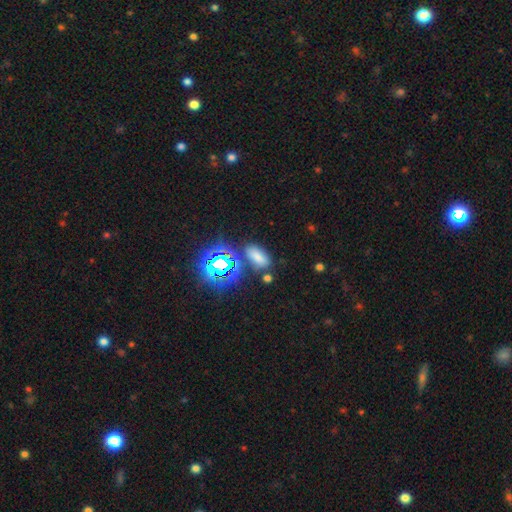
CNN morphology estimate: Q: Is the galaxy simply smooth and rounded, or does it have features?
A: smooth — 62%.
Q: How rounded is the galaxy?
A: in between — 85%.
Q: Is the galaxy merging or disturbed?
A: none — 74%.